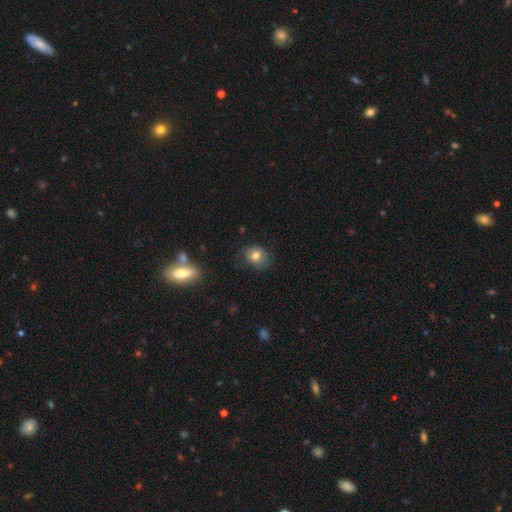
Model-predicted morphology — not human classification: Smooth or featured? smooth (79%)
How rounded? round (57%)
Merging? none (72%)